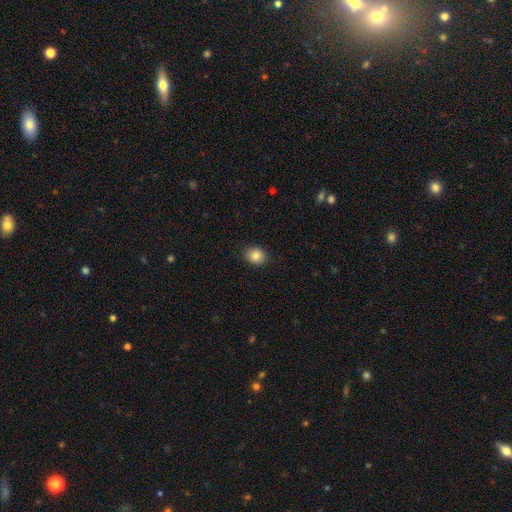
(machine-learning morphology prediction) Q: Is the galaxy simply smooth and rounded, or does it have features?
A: smooth — 84%.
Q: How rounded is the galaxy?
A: round — 55%.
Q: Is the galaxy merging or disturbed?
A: none — 88%.